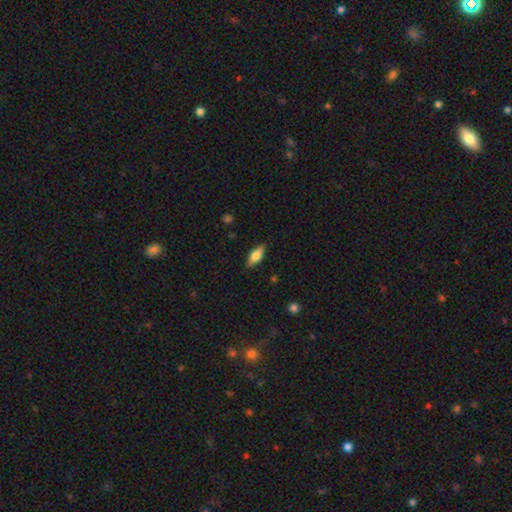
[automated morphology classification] A smooth galaxy with no disk features (61%) that is in between round and cigar-shaped (71%). Merging: none (85%).